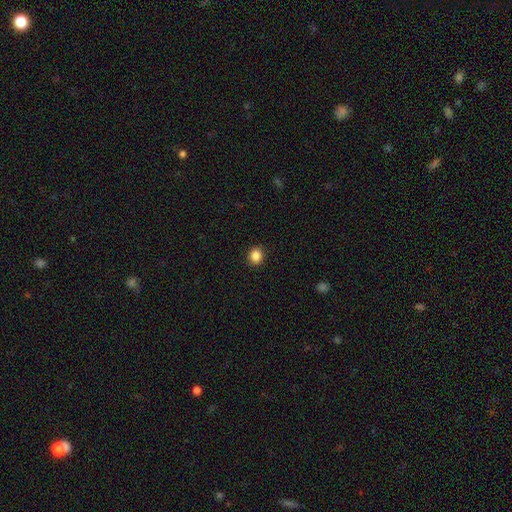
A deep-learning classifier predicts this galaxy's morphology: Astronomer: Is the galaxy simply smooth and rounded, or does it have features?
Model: smooth — 86%.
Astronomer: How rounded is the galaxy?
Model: round — 83%.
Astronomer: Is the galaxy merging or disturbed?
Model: none — 92%.